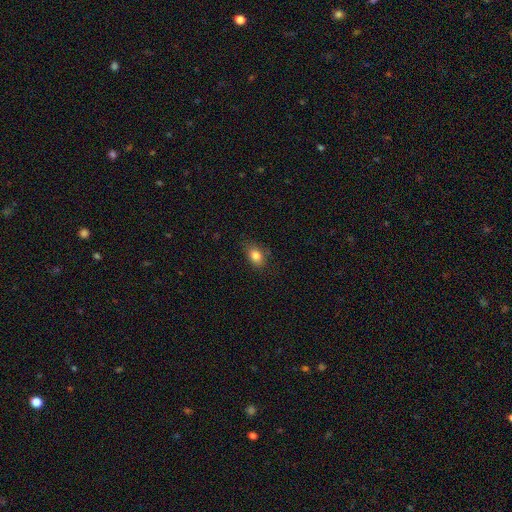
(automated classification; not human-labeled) Smooth or featured?
  - smooth: 83% *
  - star or artifact: 9%
  - featured or disk: 8%
How rounded?
  - in between: 80% *
  - round: 18%
  - cigar-shaped: 2%
Merging?
  - none: 80% *
  - minor disturbance: 16%
  - major disturbance: 3%
  - merger: 1%